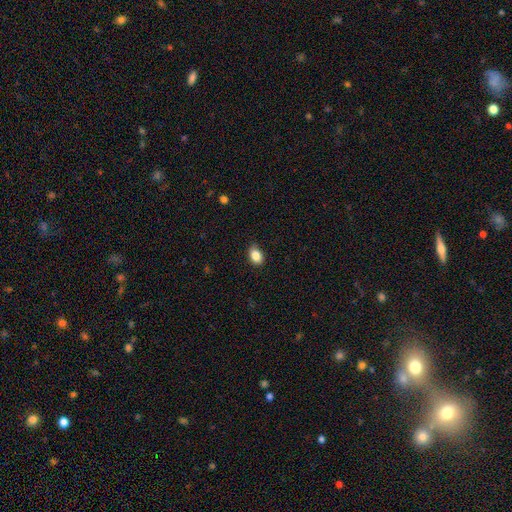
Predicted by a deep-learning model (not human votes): Morphology: type=smooth (86%); roundness=in between (80%); merging=none (83%).